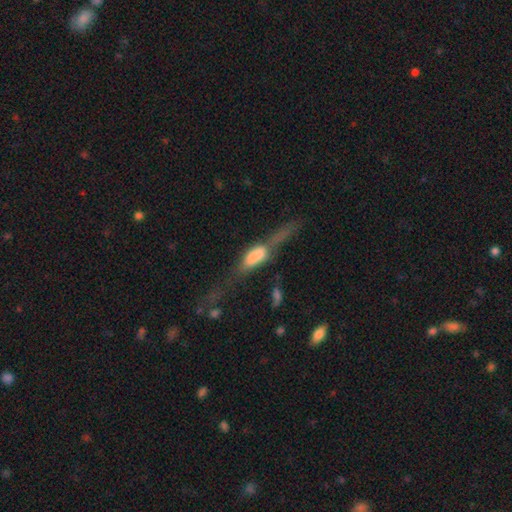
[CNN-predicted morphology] Q: Smooth or featured?
A: smooth (52%); runner-up: featured or disk (38%)
Q: How rounded?
A: in between (62%); runner-up: cigar-shaped (32%)
Q: Merging?
A: major disturbance (35%); runner-up: none (26%)